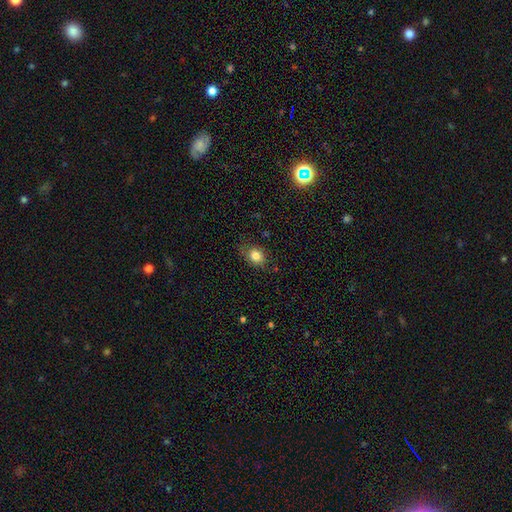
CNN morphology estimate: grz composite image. It shows a smooth galaxy with no disk features (81%) that is round (54%). Merging: none (75%).